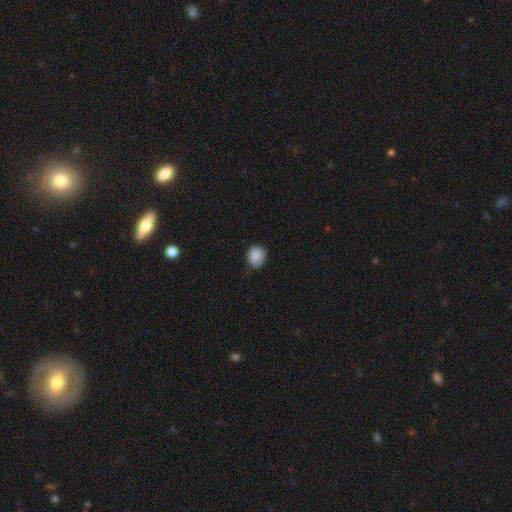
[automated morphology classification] Smooth or featured: smooth — 88% (star or artifact — 8%)
How rounded: round — 69% (in between — 30%)
Merging: none — 75% (minor disturbance — 21%)